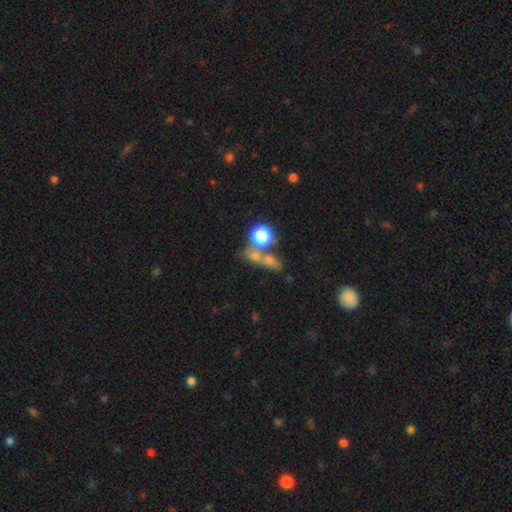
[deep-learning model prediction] Morphology: type=smooth (60%); roundness=round (60%); merging=none (43%).